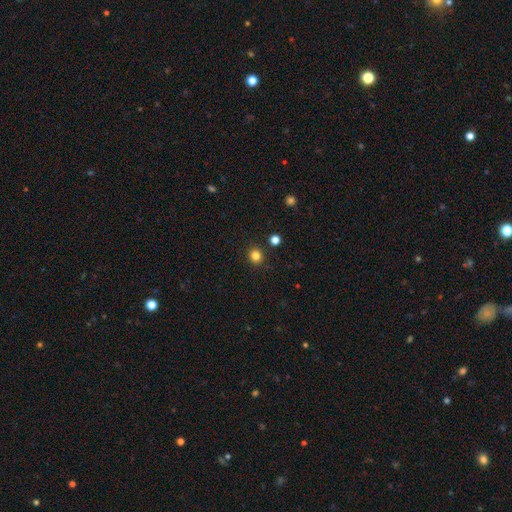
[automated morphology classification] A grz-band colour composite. It shows a smooth galaxy with no disk features (82%) that is round (91%). Merging: none (91%).